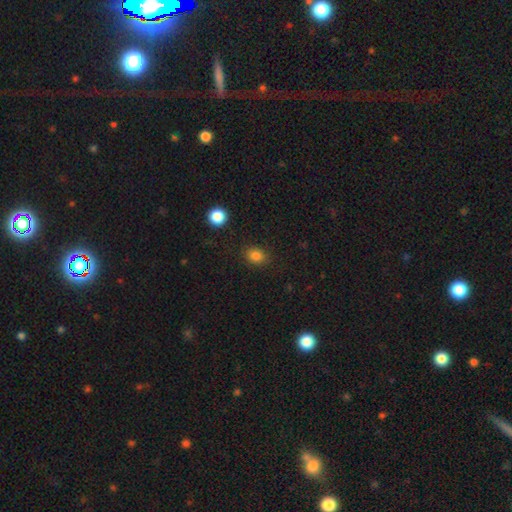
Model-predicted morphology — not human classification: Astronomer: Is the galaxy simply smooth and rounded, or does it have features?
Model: smooth — 83%.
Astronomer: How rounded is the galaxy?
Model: round — 51% (runner-up: in between, 48%).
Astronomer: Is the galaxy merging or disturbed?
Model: none — 85%.